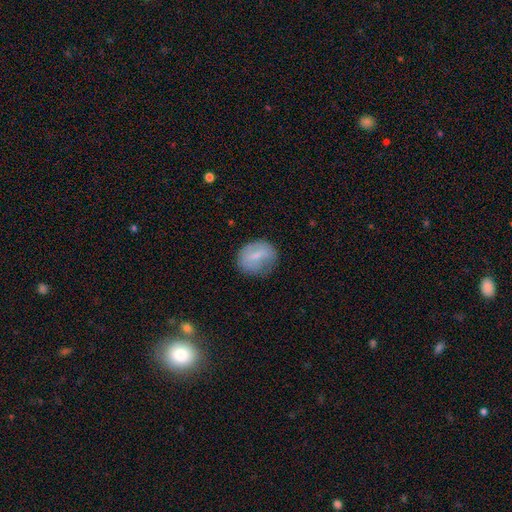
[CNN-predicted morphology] Smooth or featured? smooth (64%)
How rounded? round (57%)
Merging? none (69%)